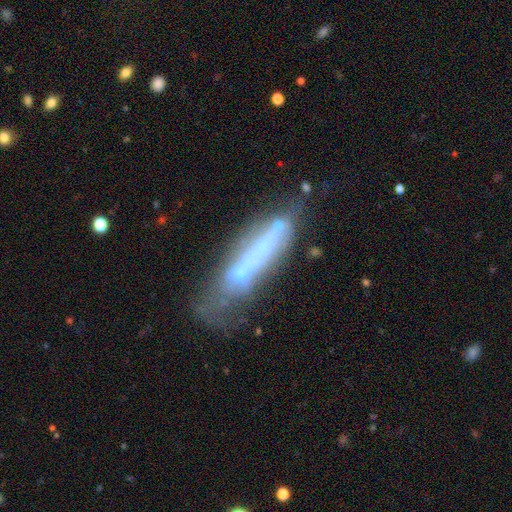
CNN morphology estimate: Smooth or featured?
  - featured or disk: 53% *
  - smooth: 35%
  - star or artifact: 12%
Edge-on disk?
  - no: 51% *
  - yes: 49%
Merging?
  - none: 43% *
  - minor disturbance: 24%
  - major disturbance: 21%
  - merger: 12%